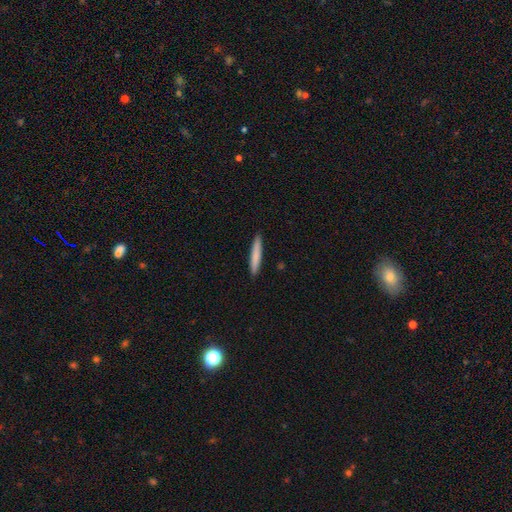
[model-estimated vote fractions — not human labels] This appears to be a smooth galaxy with no disk features (79%) that is cigar-shaped (94%). Merging: none (92%).